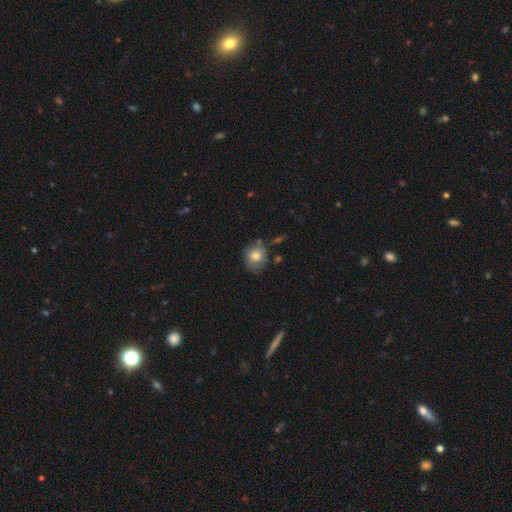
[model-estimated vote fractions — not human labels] Morphology: type=smooth (77%); roundness=round (72%); merging=none (68%).